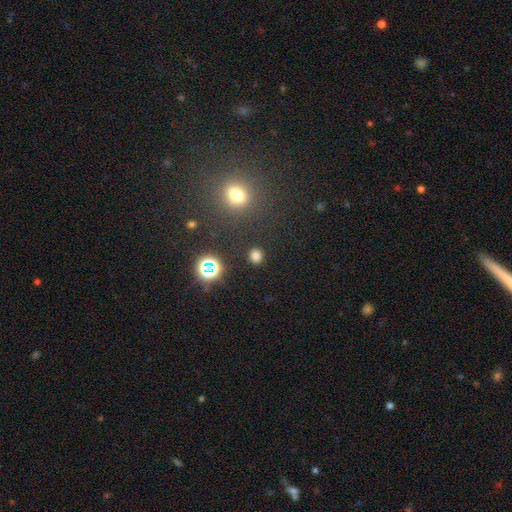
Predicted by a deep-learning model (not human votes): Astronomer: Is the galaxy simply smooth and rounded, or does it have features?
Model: smooth — 76%.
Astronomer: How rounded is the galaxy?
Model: round — 79%.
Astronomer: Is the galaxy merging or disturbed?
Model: none — 87%.